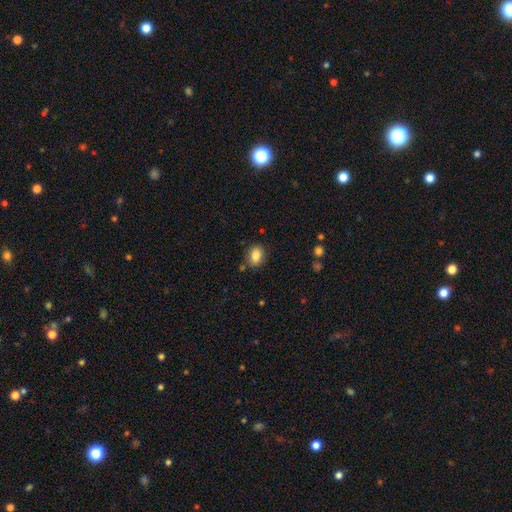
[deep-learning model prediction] smooth 85%, star or artifact 8%, featured or disk 7%. Down the decision tree: how rounded — in between (77%); merging — none (83%).